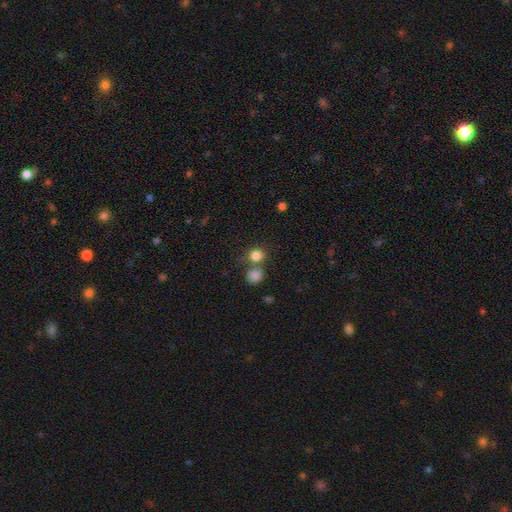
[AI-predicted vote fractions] Smooth or featured? Predicted: smooth (p=0.81). How rounded? Predicted: round (p=0.83). Merging? Predicted: none (p=0.55).